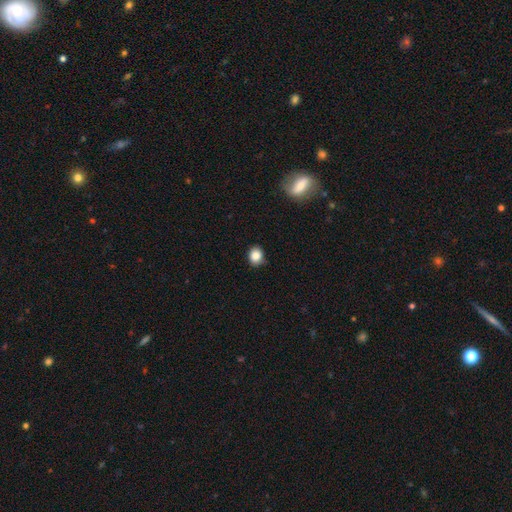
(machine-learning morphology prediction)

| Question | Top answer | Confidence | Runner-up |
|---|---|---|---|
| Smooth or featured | smooth | 85% | star or artifact (10%) |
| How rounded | round | 63% | in between (36%) |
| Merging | none | 84% | minor disturbance (13%) |